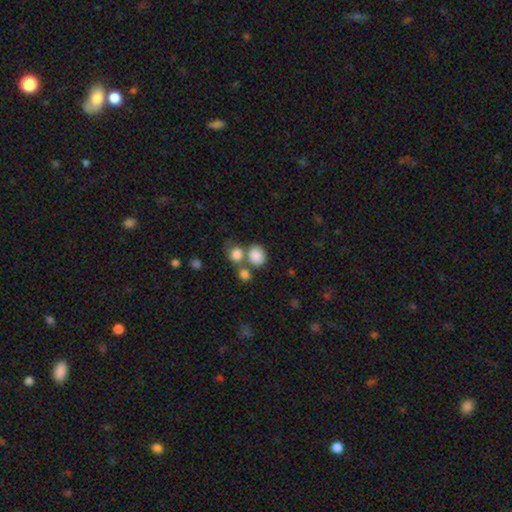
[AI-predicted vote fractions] Overall: smooth (83%). How rounded: round (63%; in between 36%). Merging: none (45%; merger 39%).